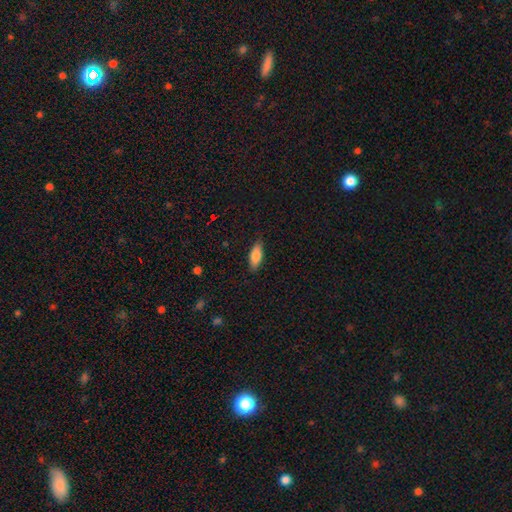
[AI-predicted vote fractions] Smooth or featured? smooth (80%)
How rounded? in between (72%)
Merging? none (85%)